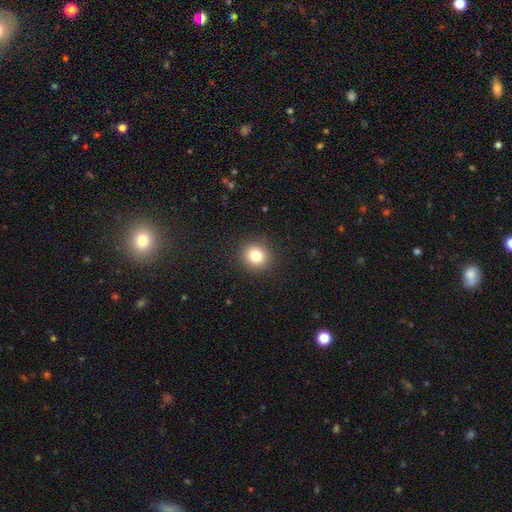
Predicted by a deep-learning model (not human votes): Q: Smooth or featured?
A: smooth (82%); runner-up: star or artifact (11%)
Q: How rounded?
A: round (87%); runner-up: in between (12%)
Q: Merging?
A: none (91%); runner-up: minor disturbance (6%)